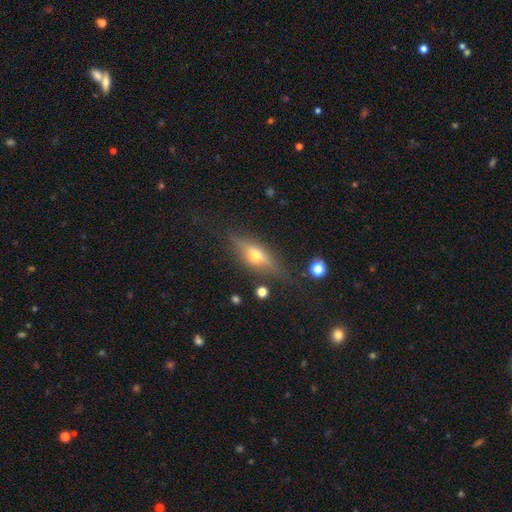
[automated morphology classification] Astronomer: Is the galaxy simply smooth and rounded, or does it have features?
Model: featured or disk — 55% (runner-up: smooth, 34%).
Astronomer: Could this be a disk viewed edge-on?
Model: yes — 88%.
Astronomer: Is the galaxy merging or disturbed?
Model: none — 78%.